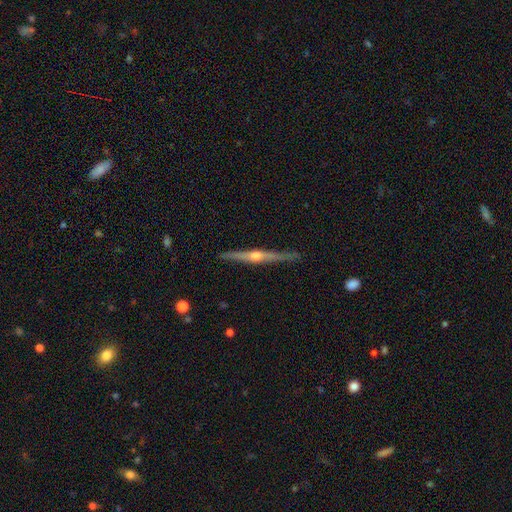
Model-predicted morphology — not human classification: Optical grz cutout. It shows a featured or disk galaxy (85%) viewed edge-on (98%) with a rounded central bulge (92%). Merging: none (89%).